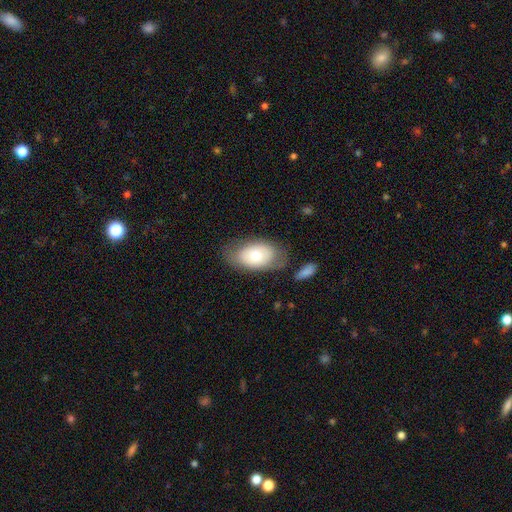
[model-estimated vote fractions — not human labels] Overall: smooth (67%). How rounded: in between (90%). Merging: none (67%).